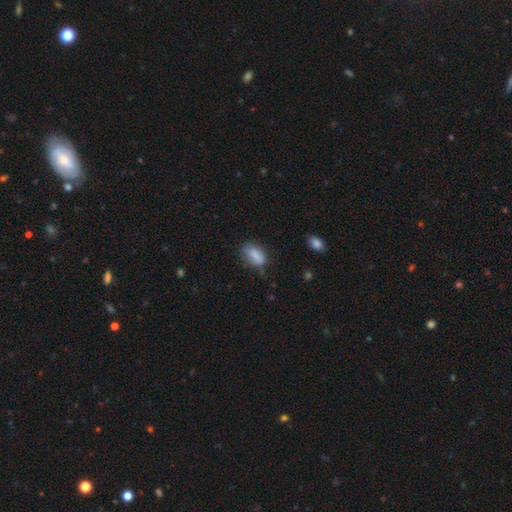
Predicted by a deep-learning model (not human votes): Overall: smooth (82%). How rounded: in between (86%). Merging: none (58%; minor disturbance 29%).